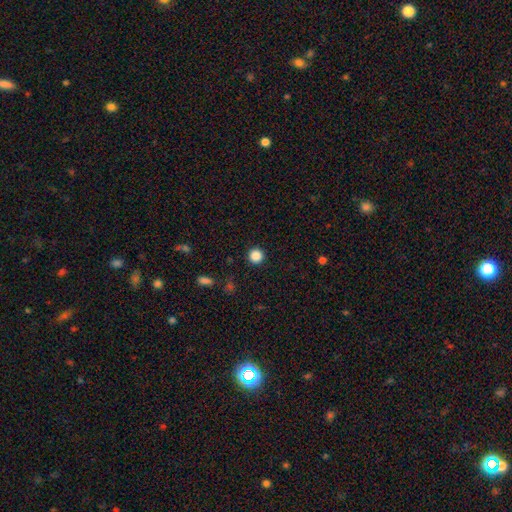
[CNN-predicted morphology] smooth 86%, star or artifact 11%, featured or disk 3%. Down the decision tree: how rounded — round (96%); merging — none (92%).